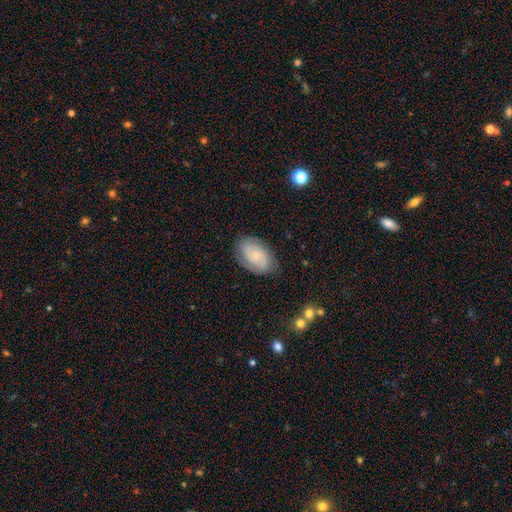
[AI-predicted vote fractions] smooth_or_featured: smooth (p=0.48) [alt: featured or disk p=0.44]
merging: none (p=0.78) [alt: minor disturbance p=0.16]